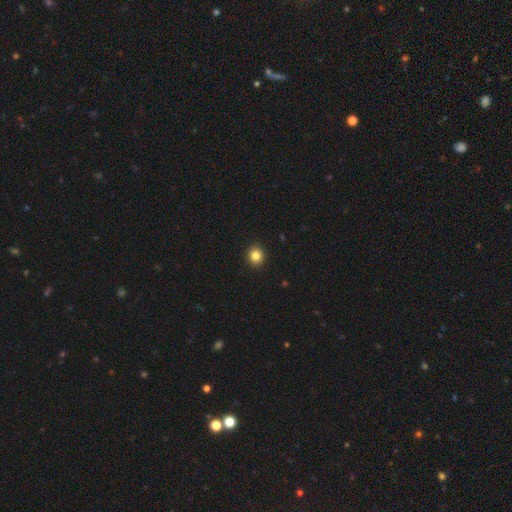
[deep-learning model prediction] Smooth or featured?
  - smooth: 84% *
  - star or artifact: 11%
  - featured or disk: 5%
How rounded?
  - round: 84% *
  - in between: 15%
  - cigar-shaped: 1%
Merging?
  - none: 93% *
  - minor disturbance: 5%
  - major disturbance: 2%
  - merger: 1%